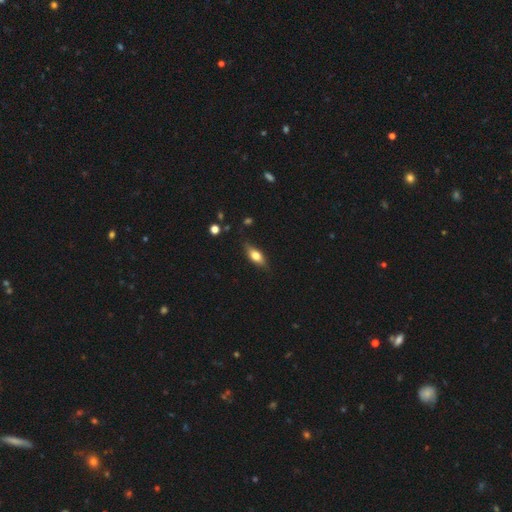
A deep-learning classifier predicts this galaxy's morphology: smooth_or_featured: smooth (p=0.65) [alt: featured or disk p=0.28]
how_rounded: in between (p=0.74) [alt: cigar-shaped p=0.20]
merging: none (p=0.77) [alt: minor disturbance p=0.17]